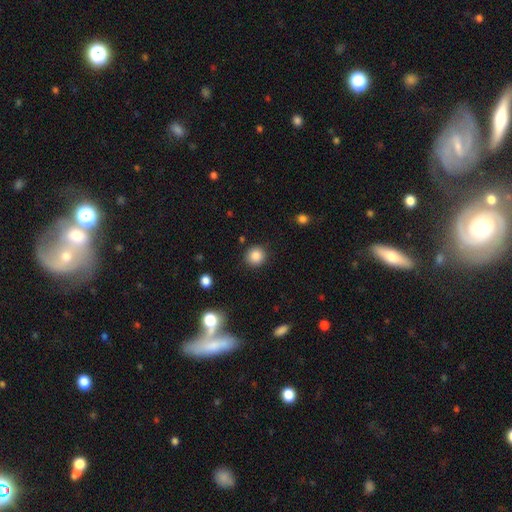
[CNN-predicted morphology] A smooth galaxy with no disk features (85%) that is round (89%). Merging: none (89%).